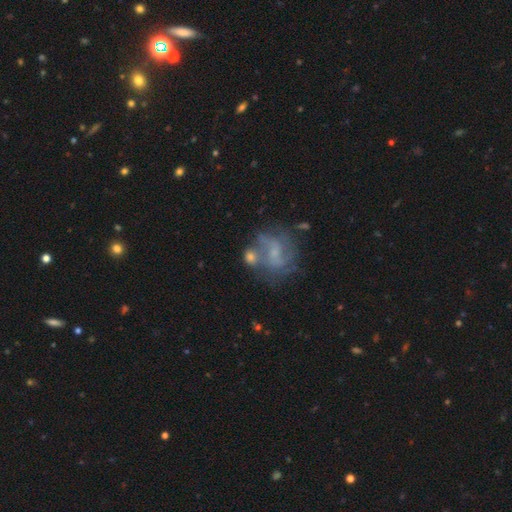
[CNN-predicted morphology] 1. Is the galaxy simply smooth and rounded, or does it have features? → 66% featured or disk, 23% smooth, 11% star or artifact.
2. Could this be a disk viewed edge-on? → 97% no, 3% yes.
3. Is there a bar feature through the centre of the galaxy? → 48% no, 42% weak, 9% strong.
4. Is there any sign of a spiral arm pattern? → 74% yes, 26% no.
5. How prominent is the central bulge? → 62% small, 19% moderate, 16% none, 2% large, 1% dominant.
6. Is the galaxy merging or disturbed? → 47% none, 20% merger, 18% minor disturbance, 15% major disturbance.